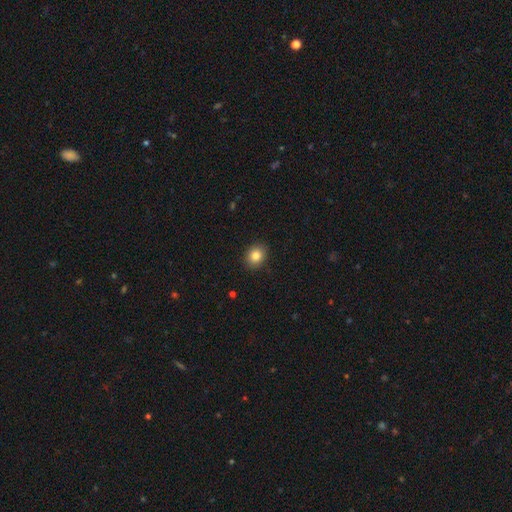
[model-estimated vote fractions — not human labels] Overall: smooth (84%). How rounded: round (65%; in between 34%). Merging: none (91%).